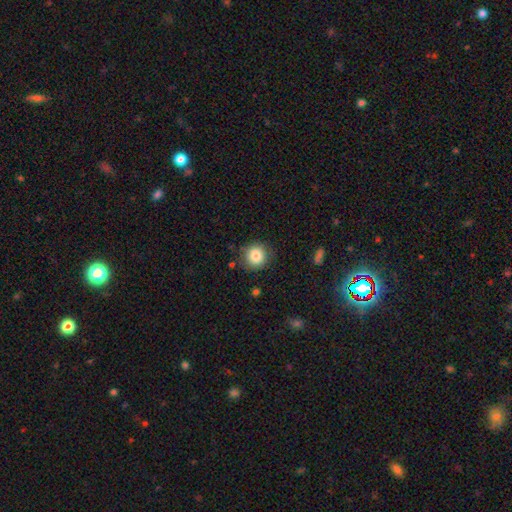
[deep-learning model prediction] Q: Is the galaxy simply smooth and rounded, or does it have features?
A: smooth — 83%.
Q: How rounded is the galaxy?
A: round — 91%.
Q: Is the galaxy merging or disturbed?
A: none — 83%.